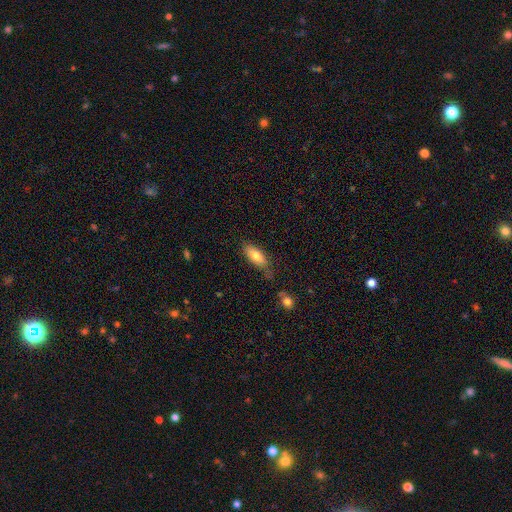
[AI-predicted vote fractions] Overall: smooth (79%). How rounded: in between (79%). Merging: none (65%).